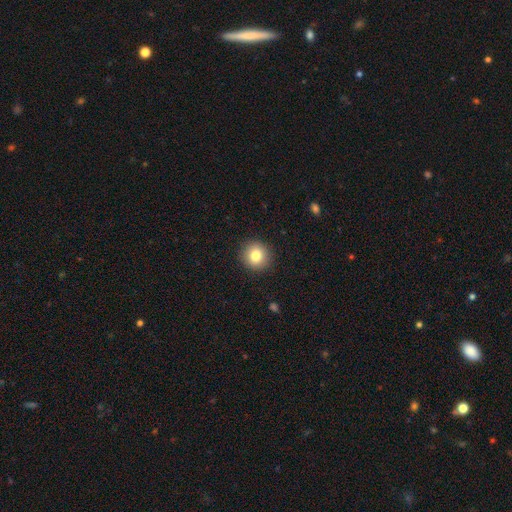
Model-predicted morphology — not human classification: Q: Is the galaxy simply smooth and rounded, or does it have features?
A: smooth — 82%.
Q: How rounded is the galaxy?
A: round — 92%.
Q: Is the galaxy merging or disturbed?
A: none — 92%.